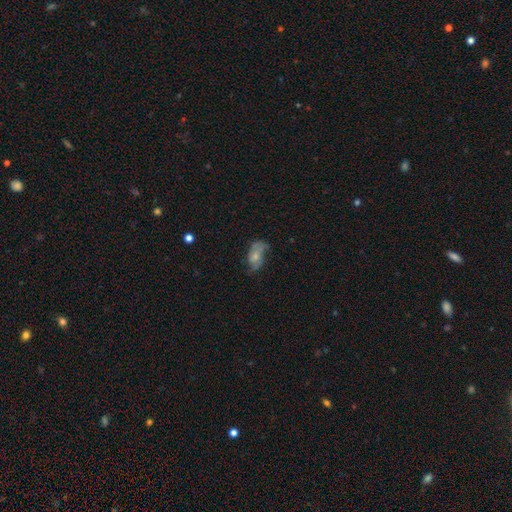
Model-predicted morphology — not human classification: Overall: smooth (47%; featured or disk 44%). Merging: none (42%; minor disturbance 33%).